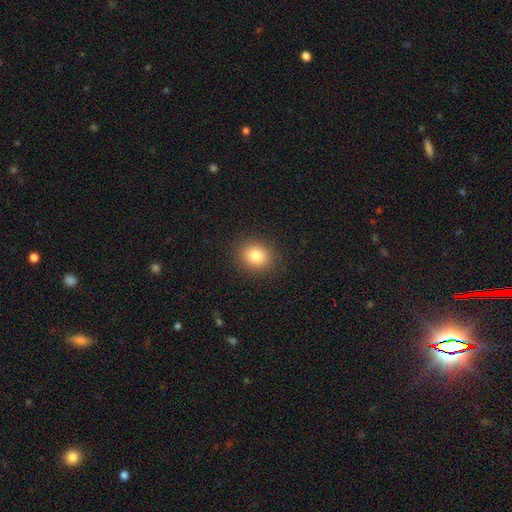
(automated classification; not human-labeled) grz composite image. It shows a smooth galaxy with no disk features (82%) that is round (73%). Merging: none (89%).